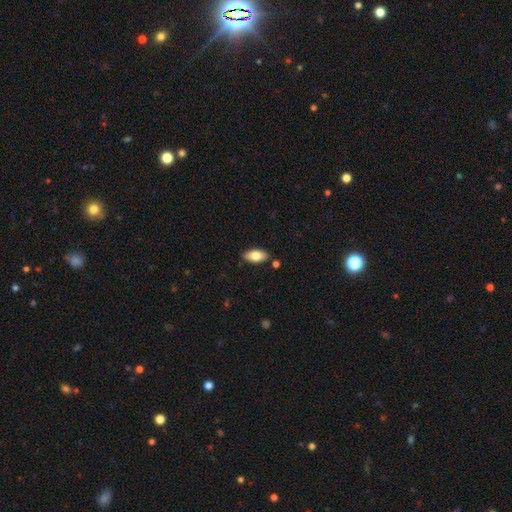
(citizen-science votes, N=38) Morphology: type=smooth (84%); roundness=in between (97%); merging=none (95%).